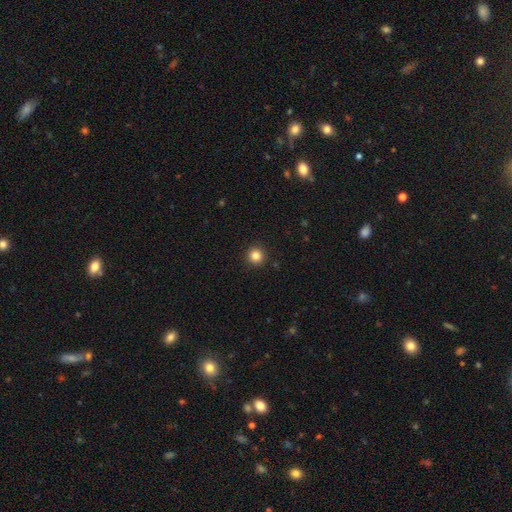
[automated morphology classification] smooth_or_featured: smooth (p=0.83) [alt: star or artifact p=0.12]
how_rounded: round (p=0.95) [alt: in between p=0.04]
merging: none (p=0.93) [alt: minor disturbance p=0.05]